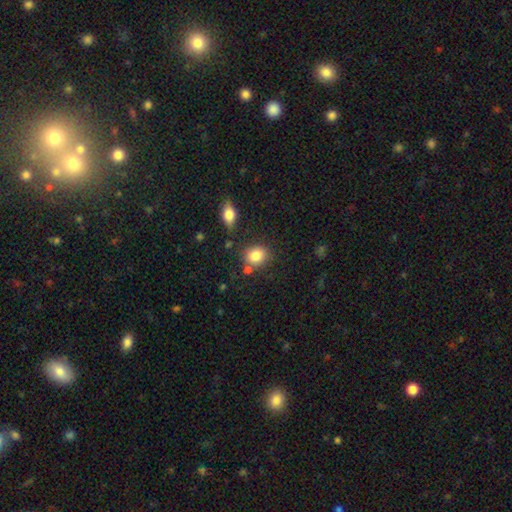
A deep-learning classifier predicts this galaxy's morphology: Smooth or featured? smooth (84%)
How rounded? round (57%)
Merging? none (74%)